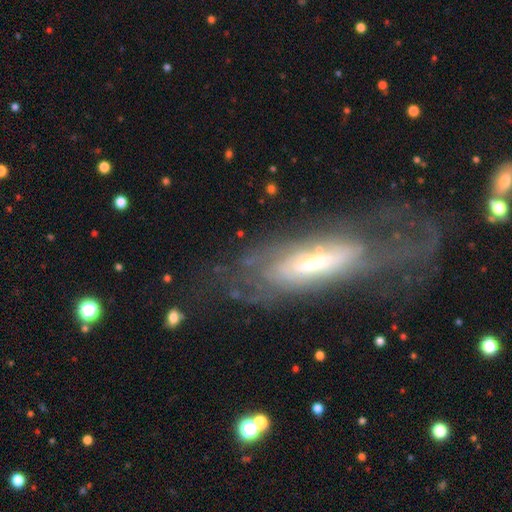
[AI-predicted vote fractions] Q: Smooth or featured?
A: featured or disk (73%); runner-up: smooth (19%)
Q: Edge-on disk?
A: no (73%); runner-up: yes (27%)
Q: Bar?
A: no (45%); runner-up: weak (33%)
Q: Spiral arms?
A: yes (73%); runner-up: no (27%)
Q: Bulge size?
A: small (40%); runner-up: moderate (39%)
Q: Merging?
A: none (66%); runner-up: minor disturbance (17%)